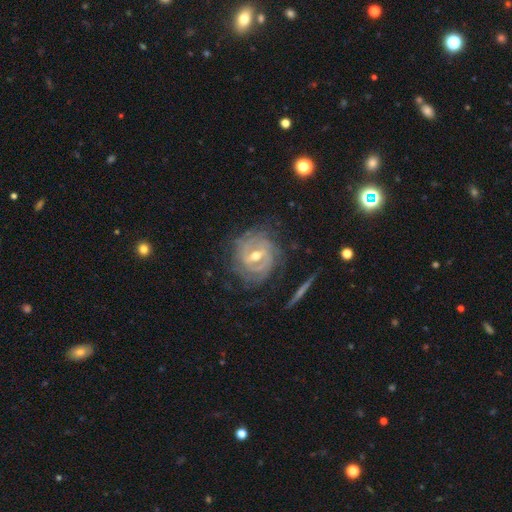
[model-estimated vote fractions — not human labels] Smooth or featured? Predicted: featured or disk (p=0.88). Edge-on disk? Predicted: no (p=0.95). Bar? Predicted: weak (p=0.44). Spiral arms? Predicted: yes (p=0.94). Spiral winding? Predicted: tight (p=0.72). Spiral arm count? Predicted: can't tell (p=0.31). Bulge size? Predicted: moderate (p=0.71). Merging? Predicted: none (p=0.74).